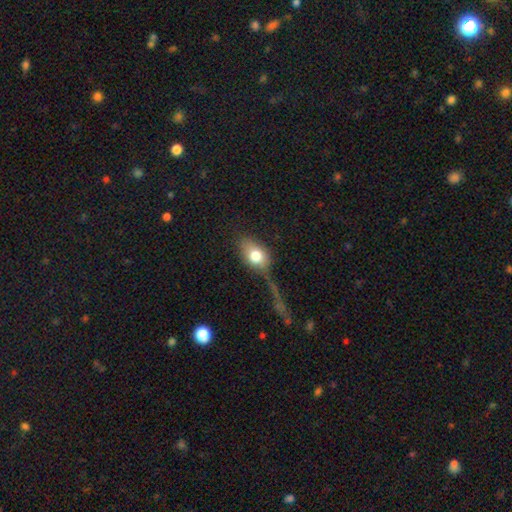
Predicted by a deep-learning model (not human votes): Smooth or featured?
  - smooth: 74% *
  - featured or disk: 18%
  - star or artifact: 8%
How rounded?
  - in between: 75% *
  - round: 22%
  - cigar-shaped: 3%
Merging?
  - none: 42% *
  - major disturbance: 25%
  - minor disturbance: 21%
  - merger: 12%